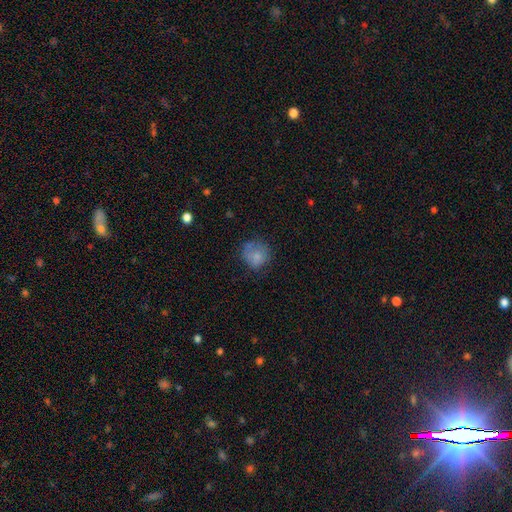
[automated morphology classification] A smooth galaxy with no disk features (76%) that is round (82%).

Vote fractions:
- Smooth or featured? smooth: 76% / featured or disk: 15% / star or artifact: 9%
- How rounded? round: 82% / in between: 17% / cigar-shaped: 1%
- Merging? none: 59% / minor disturbance: 25% / major disturbance: 14% / merger: 3%